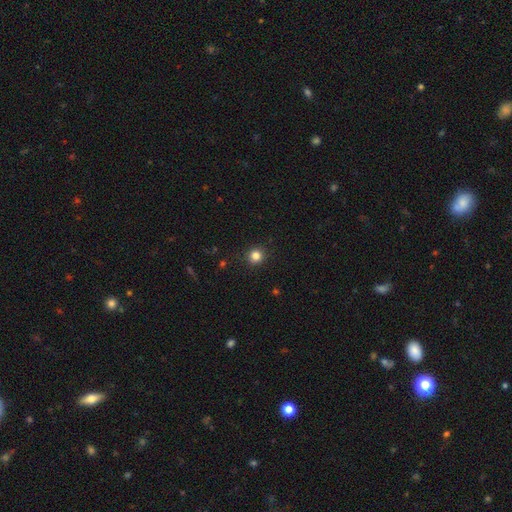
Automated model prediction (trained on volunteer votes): Smooth or featured? smooth (83%)
How rounded? round (92%)
Merging? none (92%)